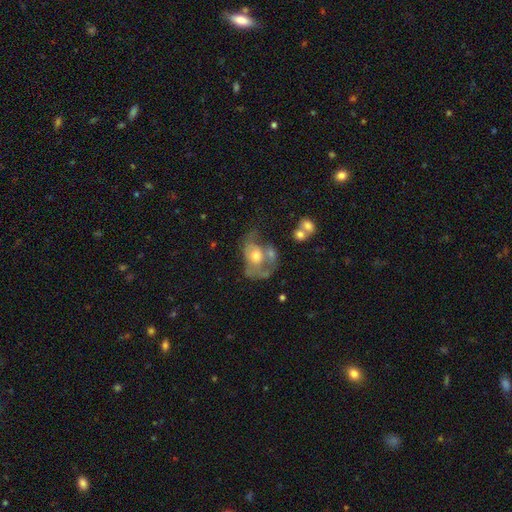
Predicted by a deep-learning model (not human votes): A featured or disk galaxy (54%) with no bar (83%), no spiral arms (64%) and a moderate central bulge (65%). Merging: major disturbance (36%).